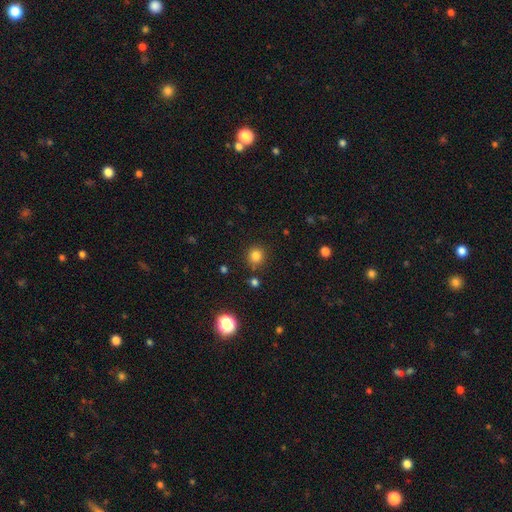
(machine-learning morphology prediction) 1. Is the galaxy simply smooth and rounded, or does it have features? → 81% smooth, 14% star or artifact, 5% featured or disk.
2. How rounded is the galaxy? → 89% round, 10% in between, 1% cigar-shaped.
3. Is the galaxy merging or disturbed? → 84% none, 9% minor disturbance, 4% merger, 3% major disturbance.